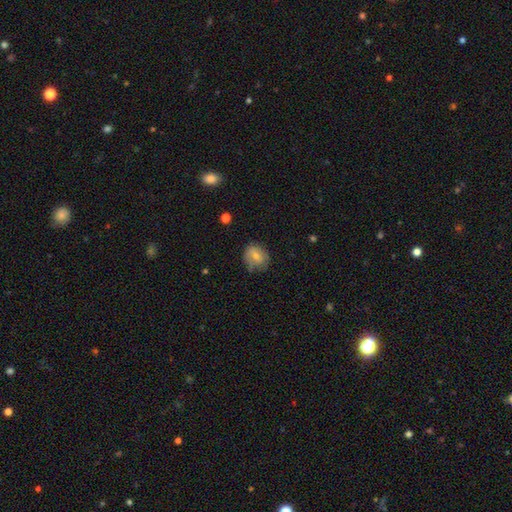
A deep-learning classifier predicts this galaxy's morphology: This appears to be a smooth galaxy with no disk features (70%) that is round (62%). Merging: none (66%).